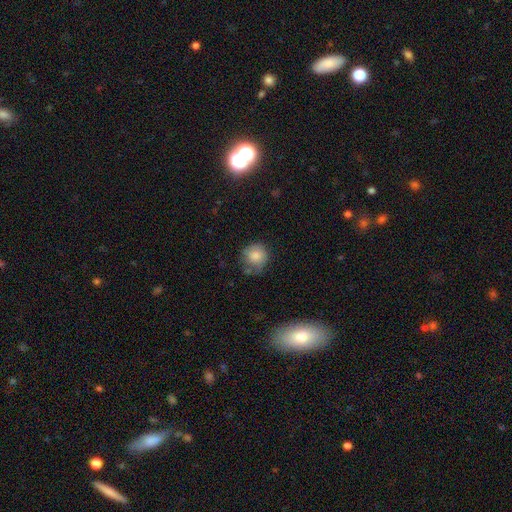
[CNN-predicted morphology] Q: Smooth or featured?
A: smooth (80%); runner-up: featured or disk (11%)
Q: How rounded?
A: round (85%); runner-up: in between (14%)
Q: Merging?
A: none (56%); runner-up: minor disturbance (30%)